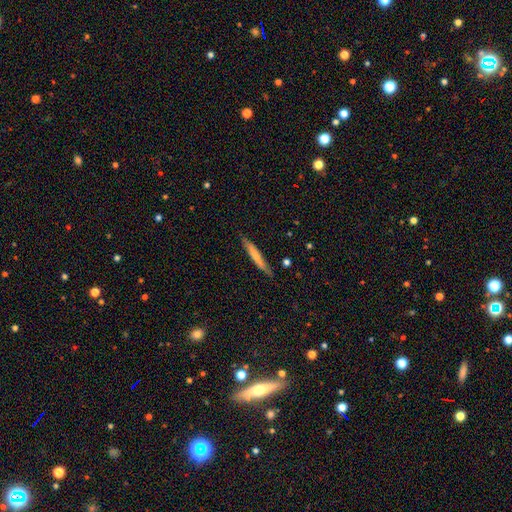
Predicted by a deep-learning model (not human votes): A smooth galaxy with no disk features (62%) that is cigar-shaped (94%). Merging: none (83%).